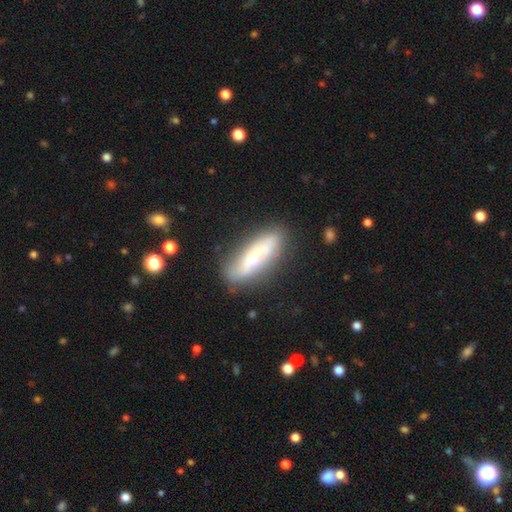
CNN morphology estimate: type=smooth (58%); roundness=cigar-shaped (64%); merging=none (75%).